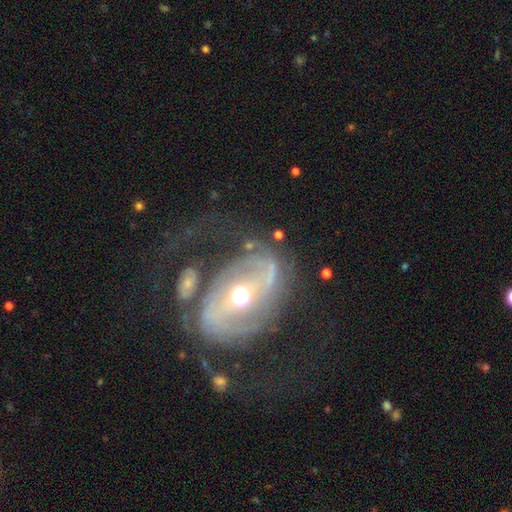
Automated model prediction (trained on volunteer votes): Overall: featured or disk (85%). Edge-on disk: no (96%). Bar: strong (46%; weak 30%). Spiral arms: yes (87%). Spiral arm count: 2 (86%). Spiral winding: medium (45%; loose 33%). Bulge size: moderate (62%; small 29%). Merging: none (57%; major disturbance 23%).